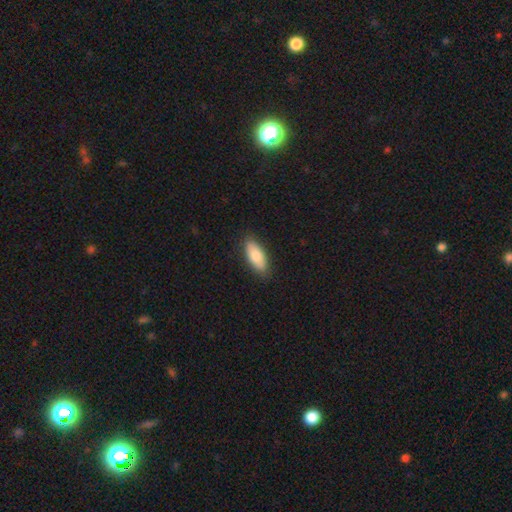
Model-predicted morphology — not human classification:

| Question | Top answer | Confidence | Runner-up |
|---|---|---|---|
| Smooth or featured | smooth | 82% | featured or disk (13%) |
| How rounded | in between | 79% | cigar-shaped (19%) |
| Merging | none | 87% | minor disturbance (10%) |